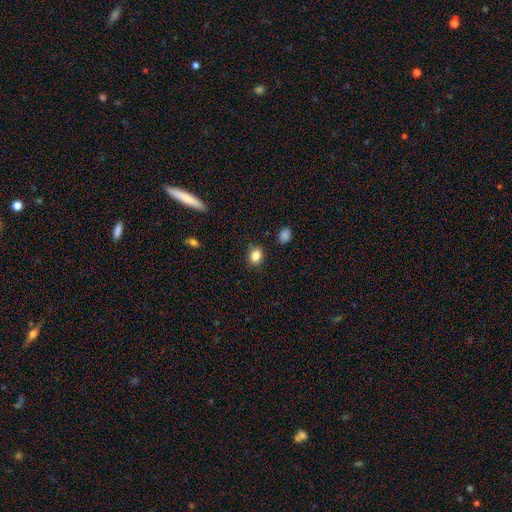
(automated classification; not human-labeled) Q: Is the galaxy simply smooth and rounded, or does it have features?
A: smooth — 84%.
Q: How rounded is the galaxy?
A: in between — 51%.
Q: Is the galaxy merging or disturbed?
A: none — 84%.